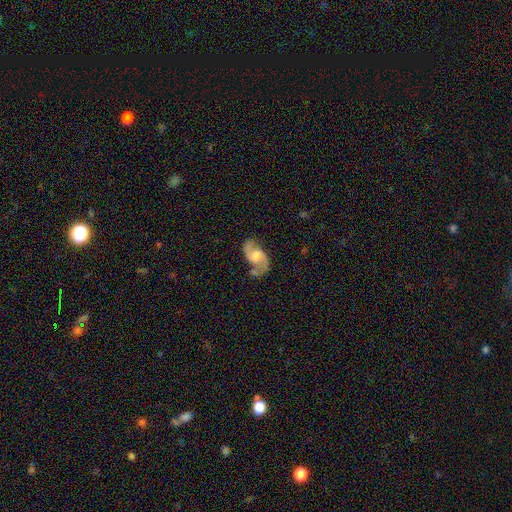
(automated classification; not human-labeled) This appears to be a featured or disk galaxy (84%) with a weak bar (47%), 2 (93%) medium (49%) spiral arms (95%) and a moderate central bulge (43%). Merging: none (68%).